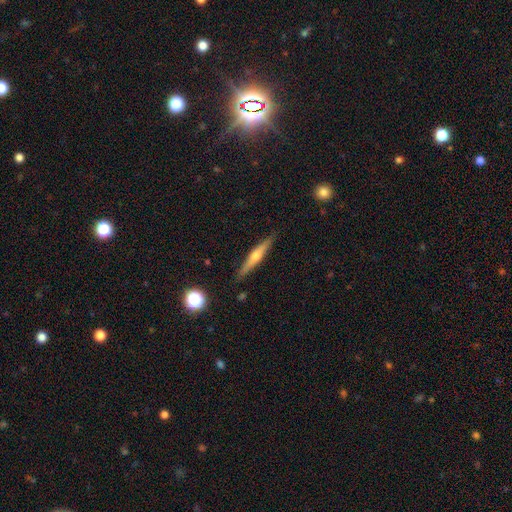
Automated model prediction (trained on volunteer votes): featured or disk 64%, smooth 29%, star or artifact 7%. Down the decision tree: edge-on disk — yes (97%); edge-on bulge — rounded (86%); merging — none (89%).